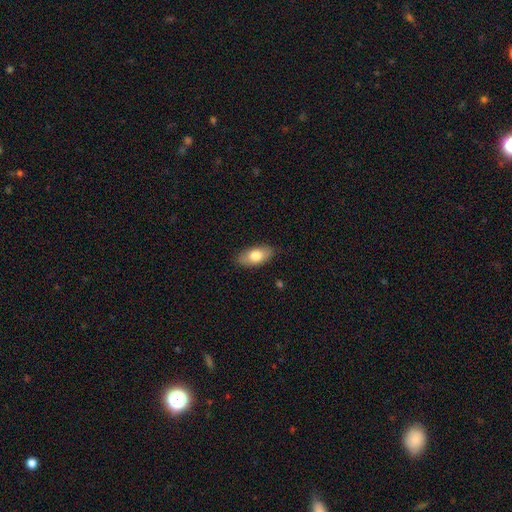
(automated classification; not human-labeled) smooth 77%, featured or disk 17%, star or artifact 6%. Down the decision tree: how rounded — in between (90%); merging — none (85%).